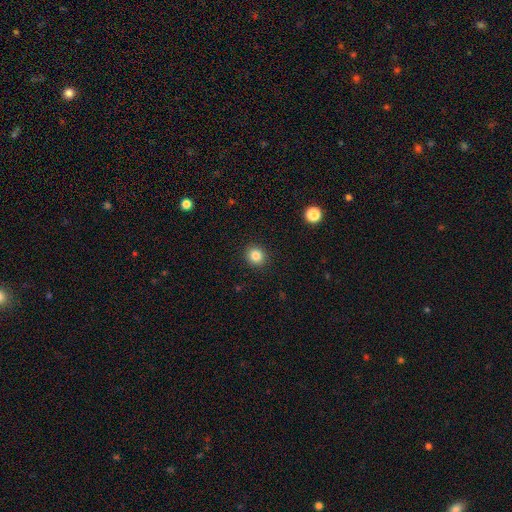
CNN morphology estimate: The model was most divided on "how rounded": round: 83%, in between: 16%, cigar-shaped: 1%. More confident: merging — none (92%); smooth or featured — smooth (84%).